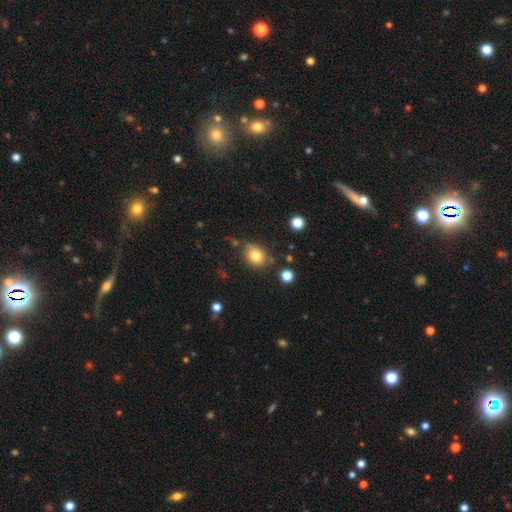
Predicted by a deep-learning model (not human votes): smooth_or_featured: smooth (p=0.80) [alt: star or artifact p=0.11]
how_rounded: in between (p=0.50) [alt: round p=0.49]
merging: none (p=0.69) [alt: minor disturbance p=0.20]